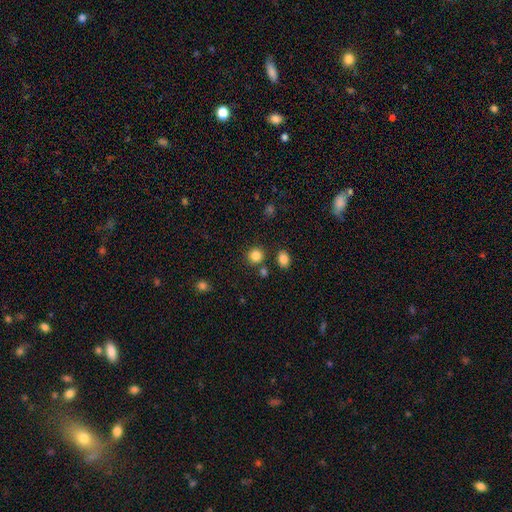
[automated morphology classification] A smooth galaxy with no disk features (84%) that is round (86%). Merging: none (81%).